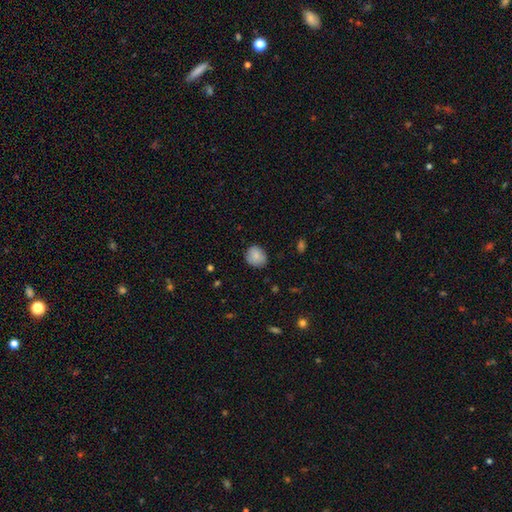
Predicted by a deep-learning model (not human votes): The model was most divided on "how rounded": round: 68%, in between: 31%, cigar-shaped: 1%. More confident: smooth or featured — smooth (86%); merging — none (81%).